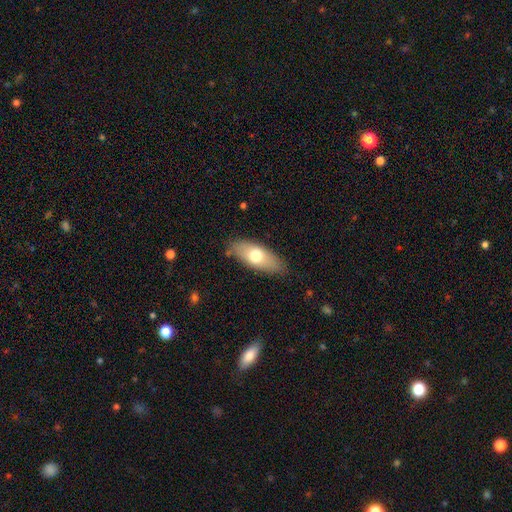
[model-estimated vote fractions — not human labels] The model was most divided on "smooth or featured": smooth: 66%, featured or disk: 28%, star or artifact: 7%. More confident: merging — none (82%); how rounded — in between (76%).